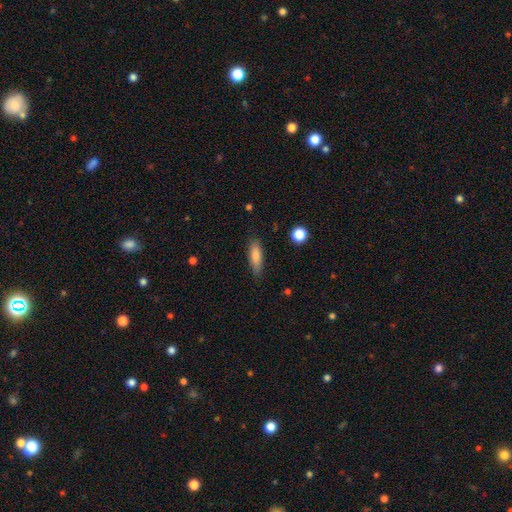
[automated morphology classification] Smooth or featured? smooth (82%)
How rounded? cigar-shaped (50%)
Merging? none (81%)